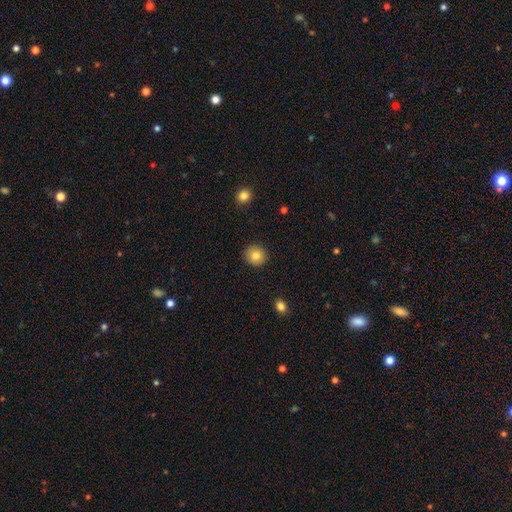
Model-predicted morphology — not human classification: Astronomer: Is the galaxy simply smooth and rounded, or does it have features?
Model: smooth — 83%.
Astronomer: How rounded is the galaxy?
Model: round — 90%.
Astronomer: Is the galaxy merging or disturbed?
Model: none — 91%.